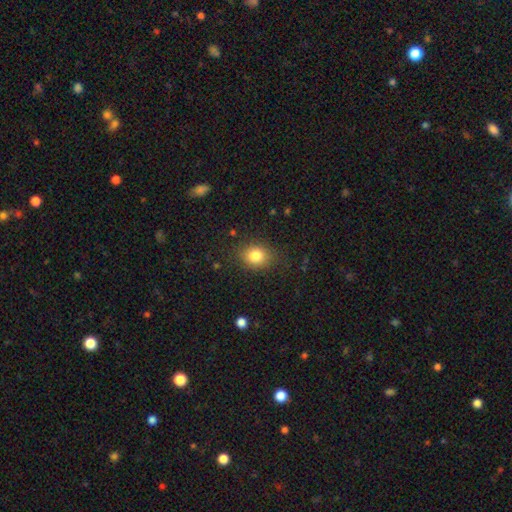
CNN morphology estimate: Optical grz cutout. It shows a smooth galaxy with no disk features (83%) that is round (52%). Merging: none (82%).